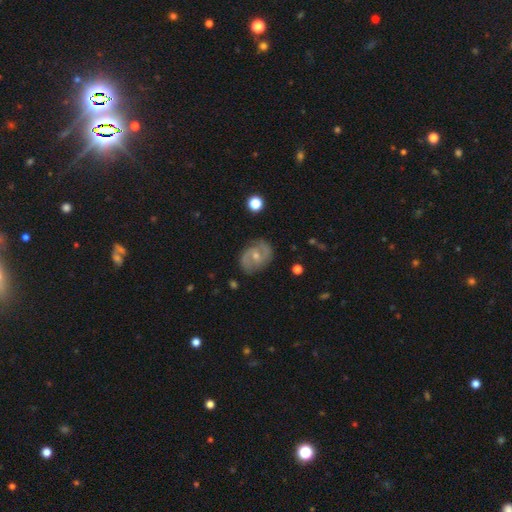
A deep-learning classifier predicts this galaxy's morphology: A featured or disk galaxy (75%) with no bar (47%), 2 (85%) medium (50%) spiral arms (88%) and a moderate central bulge (50%). Merging: none (79%).